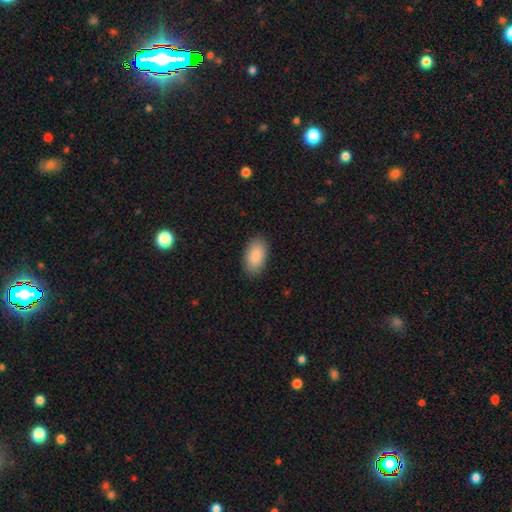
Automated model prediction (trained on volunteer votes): The model was most divided on "merging": none: 88%, minor disturbance: 9%, major disturbance: 2%, merger: 1%. More confident: how rounded — in between (95%); smooth or featured — smooth (88%).